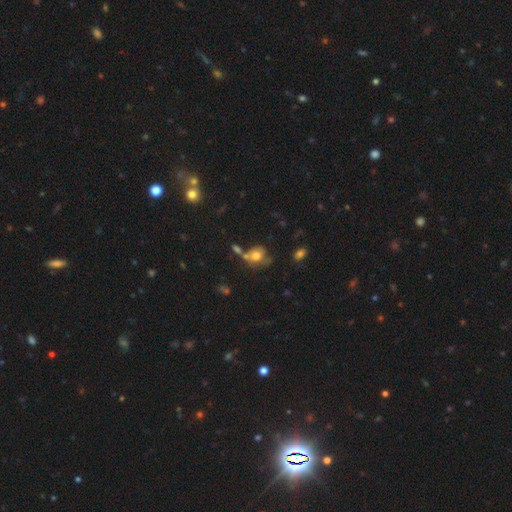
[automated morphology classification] Overall: smooth (70%). How rounded: round (64%; in between 34%). Merging: none (43%; merger 26%).